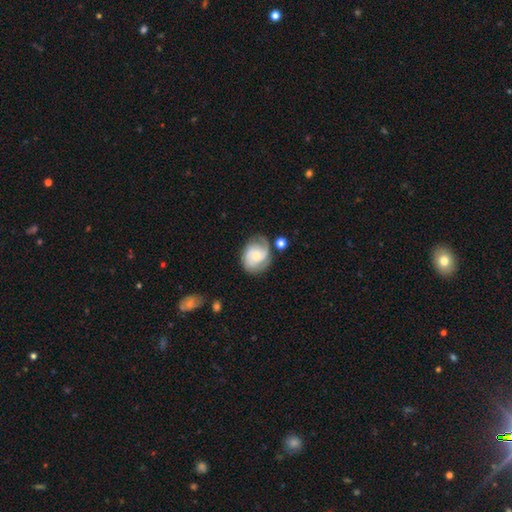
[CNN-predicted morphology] Smooth or featured?
  - featured or disk: 70% *
  - smooth: 23%
  - star or artifact: 7%
Edge-on disk?
  - no: 97% *
  - yes: 3%
Bar?
  - no: 66% *
  - weak: 29%
  - strong: 5%
Spiral arms?
  - yes: 94% *
  - no: 6%
Spiral winding?
  - tight: 48% *
  - medium: 40%
  - loose: 13%
Spiral arm count?
  - 2: 45% *
  - 3: 24%
  - can't tell: 19%
  - 1: 6%
  - 4: 4%
  - more than 4: 3%
Bulge size?
  - small: 55% *
  - moderate: 31%
  - none: 7%
  - large: 5%
  - dominant: 2%
Merging?
  - none: 65% *
  - minor disturbance: 21%
  - major disturbance: 9%
  - merger: 5%